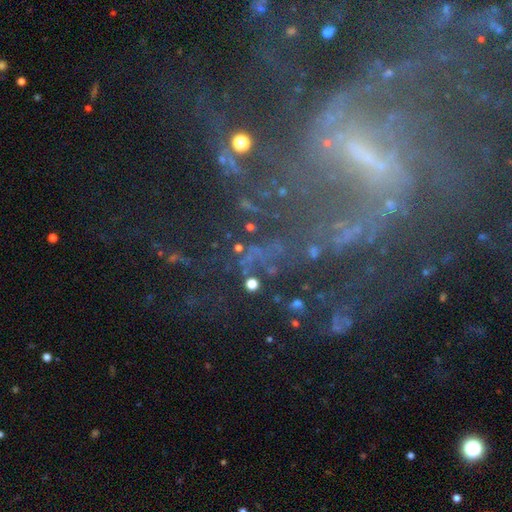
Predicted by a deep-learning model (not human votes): This is possibly a star or artifact rather than a galaxy (57%).